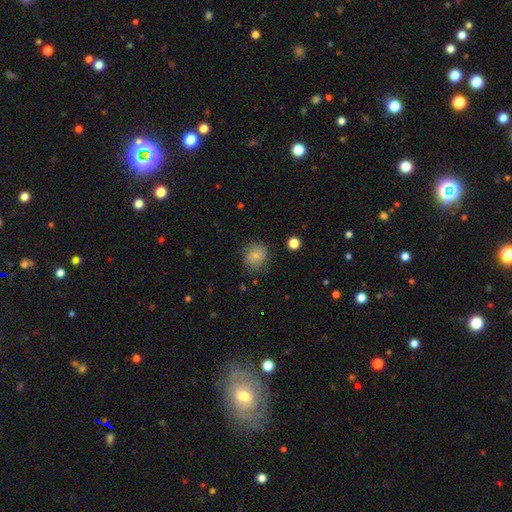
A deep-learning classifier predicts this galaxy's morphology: type=smooth (83%); roundness=round (83%); merging=none (80%).